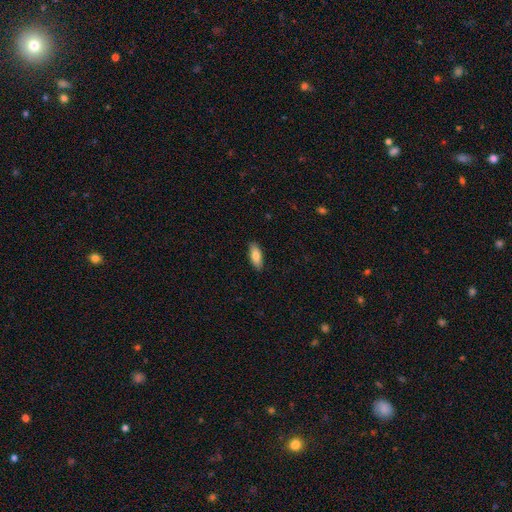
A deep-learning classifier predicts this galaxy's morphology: Smooth or featured? smooth (82%)
How rounded? in between (76%)
Merging? none (89%)